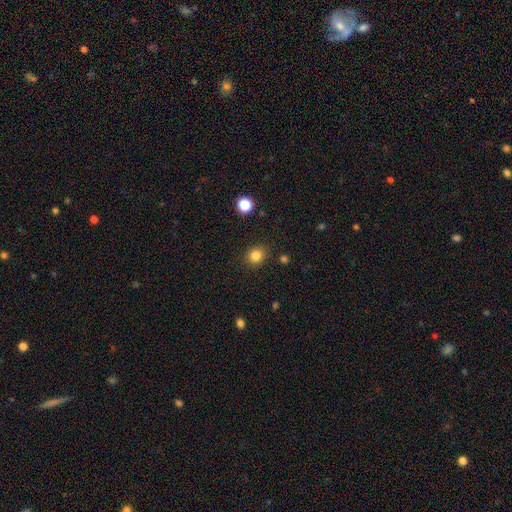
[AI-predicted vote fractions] Morphology: type=smooth (83%); roundness=round (77%); merging=none (88%).